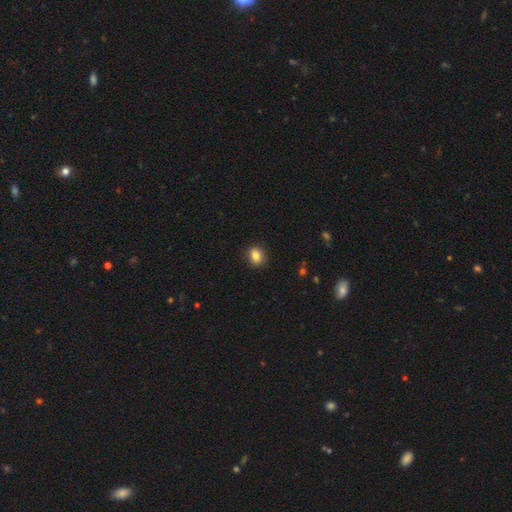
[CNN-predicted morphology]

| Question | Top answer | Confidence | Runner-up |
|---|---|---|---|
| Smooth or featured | smooth | 84% | star or artifact (9%) |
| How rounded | round | 51% | in between (47%) |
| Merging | none | 89% | minor disturbance (8%) |